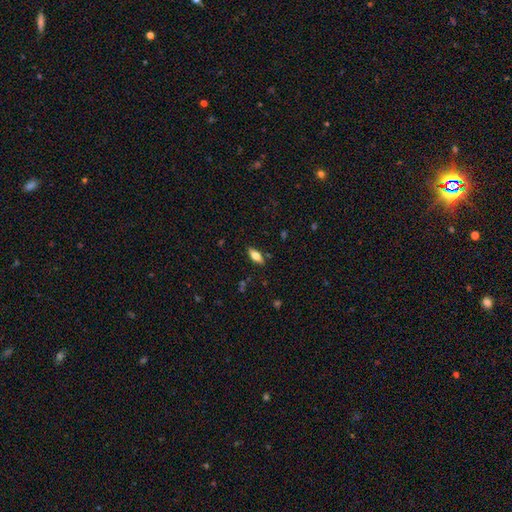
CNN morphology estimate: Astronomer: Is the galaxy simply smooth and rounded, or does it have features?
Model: smooth — 62%.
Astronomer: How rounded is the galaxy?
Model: in between — 75%.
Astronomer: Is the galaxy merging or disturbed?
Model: none — 86%.